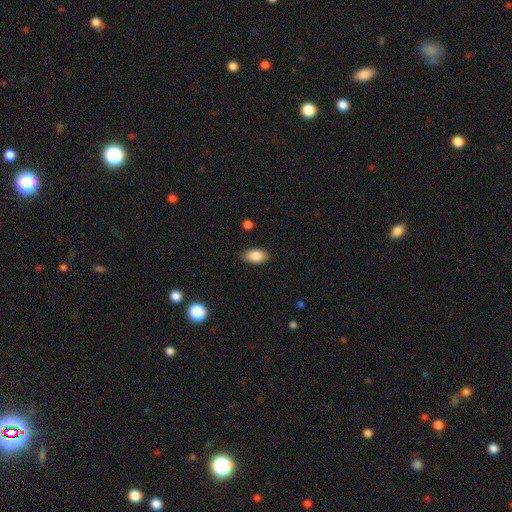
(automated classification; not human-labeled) Overall: smooth (87%). How rounded: in between (93%). Merging: none (87%).